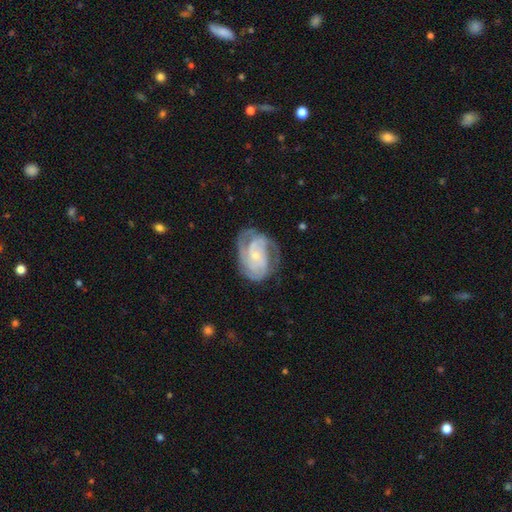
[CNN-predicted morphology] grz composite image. It shows a featured or disk galaxy (84%) with no bar (66%), 2 (34%) tight (51%) spiral arms (95%) and a small central bulge (73%). Merging: none (62%).